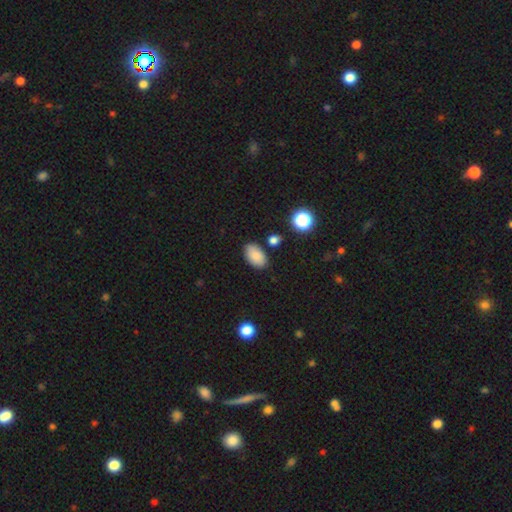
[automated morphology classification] Smooth or featured?
  - smooth: 86% *
  - star or artifact: 9%
  - featured or disk: 5%
How rounded?
  - in between: 93% *
  - round: 6%
  - cigar-shaped: 1%
Merging?
  - none: 82% *
  - minor disturbance: 12%
  - merger: 4%
  - major disturbance: 3%